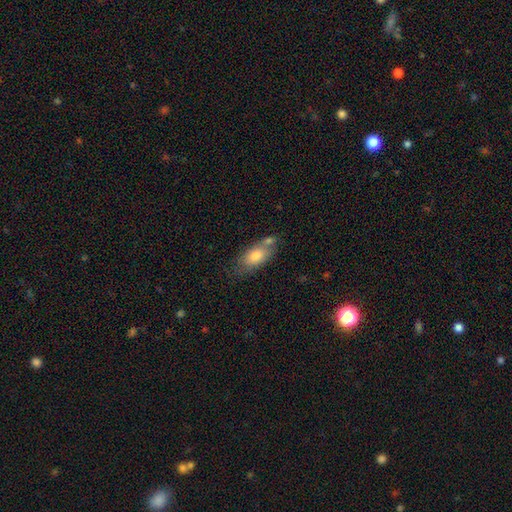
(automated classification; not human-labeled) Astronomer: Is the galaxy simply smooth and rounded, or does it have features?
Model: smooth — 75%.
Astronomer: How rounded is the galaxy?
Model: in between — 85%.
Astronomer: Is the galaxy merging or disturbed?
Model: none — 52%.